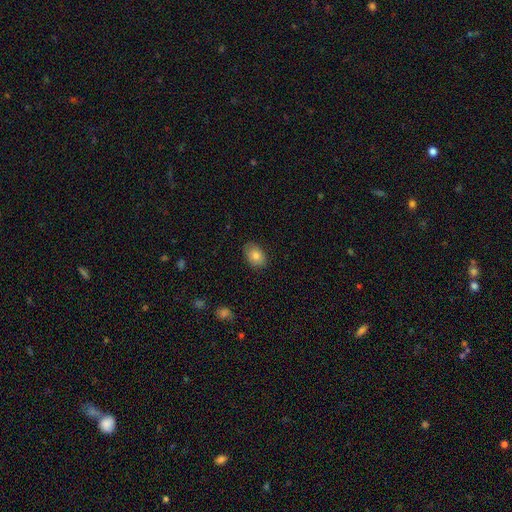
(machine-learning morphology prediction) Smooth or featured: smooth — 80% (featured or disk — 12%)
How rounded: in between — 80% (round — 19%)
Merging: none — 84% (minor disturbance — 13%)